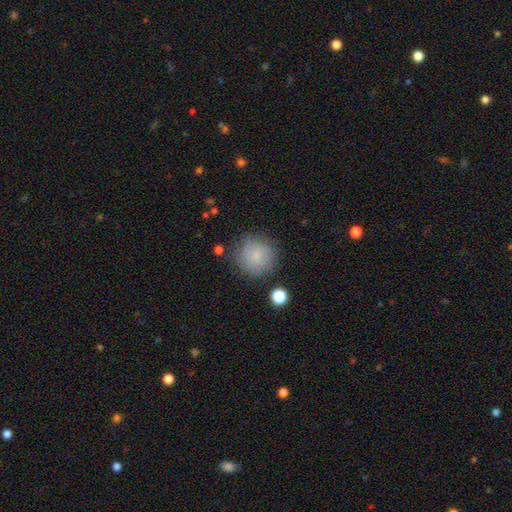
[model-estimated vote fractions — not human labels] A smooth galaxy with no disk features (77%) that is round (93%). Merging: none (78%).